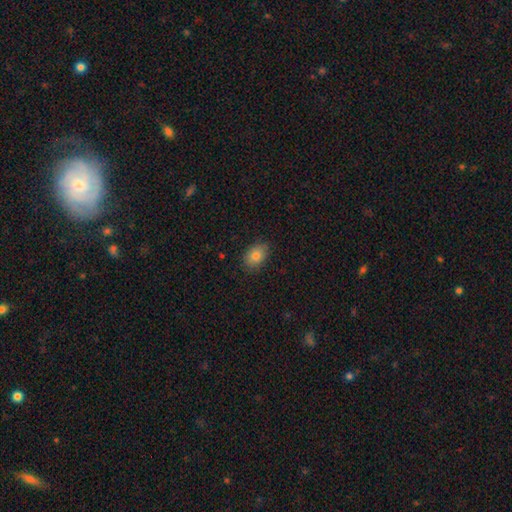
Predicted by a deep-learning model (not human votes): Smooth or featured?
  - smooth: 83% *
  - star or artifact: 8%
  - featured or disk: 8%
How rounded?
  - in between: 83% *
  - round: 16%
  - cigar-shaped: 1%
Merging?
  - none: 84% *
  - minor disturbance: 12%
  - major disturbance: 3%
  - merger: 1%